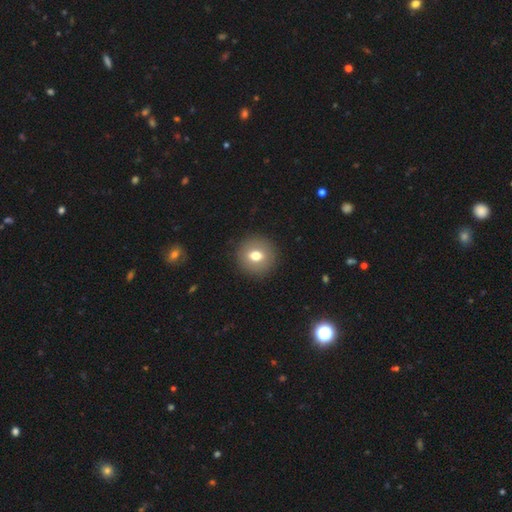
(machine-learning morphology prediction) smooth 71%, featured or disk 19%, star or artifact 10%. Down the decision tree: how rounded — round (87%); merging — none (91%).